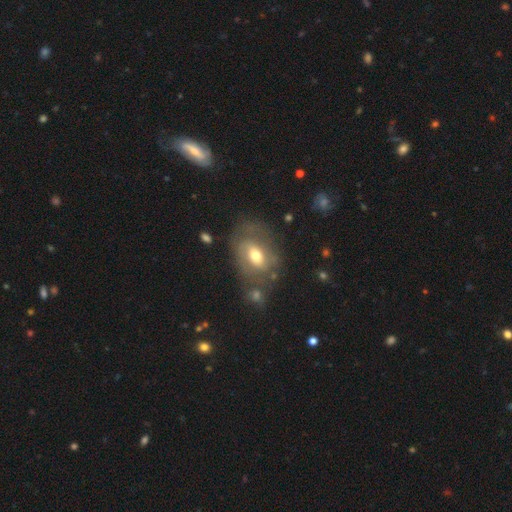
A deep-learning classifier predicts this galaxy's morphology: Smooth or featured? Predicted: smooth (p=0.48). Merging? Predicted: none (p=0.55).